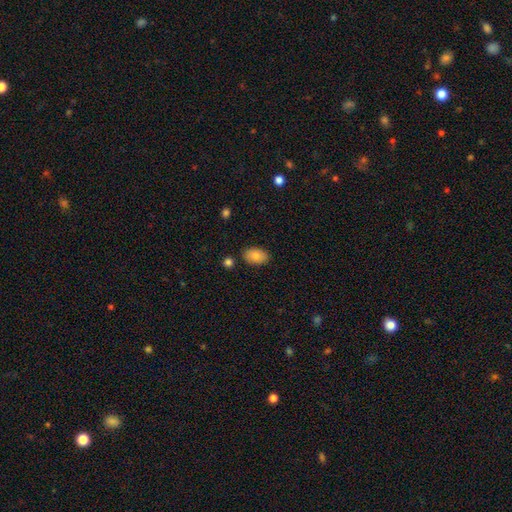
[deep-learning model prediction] Smooth or featured? smooth (85%)
How rounded? in between (90%)
Merging? none (84%)